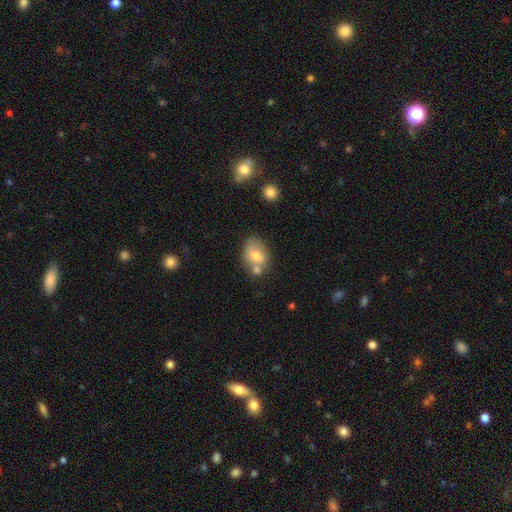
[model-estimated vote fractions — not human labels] Q: Smooth or featured?
A: smooth (71%); runner-up: featured or disk (20%)
Q: How rounded?
A: in between (64%); runner-up: round (35%)
Q: Merging?
A: none (54%); runner-up: merger (26%)